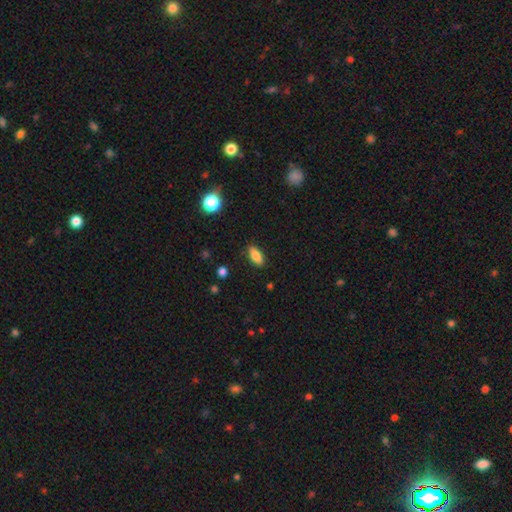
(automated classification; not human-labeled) Smooth or featured? smooth (81%)
How rounded? in between (84%)
Merging? none (87%)